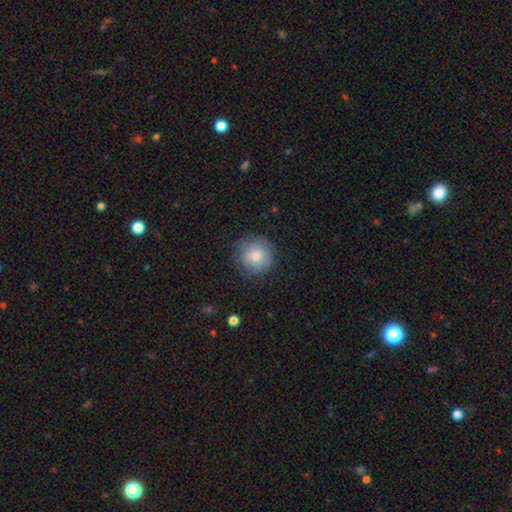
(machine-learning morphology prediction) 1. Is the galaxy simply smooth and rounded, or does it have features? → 76% smooth, 16% featured or disk, 8% star or artifact.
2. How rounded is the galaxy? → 94% round, 5% in between, 1% cigar-shaped.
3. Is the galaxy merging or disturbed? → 81% none, 14% minor disturbance, 4% major disturbance, 1% merger.